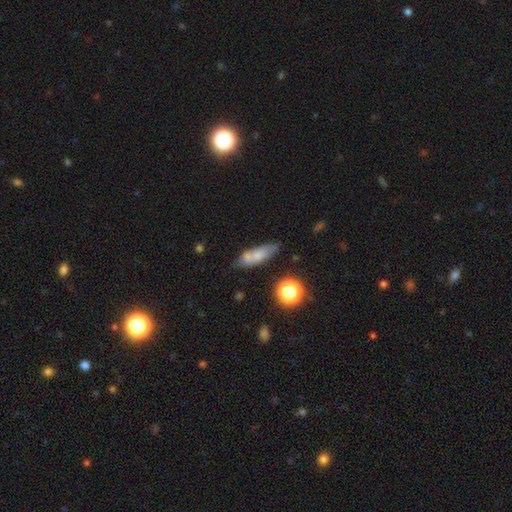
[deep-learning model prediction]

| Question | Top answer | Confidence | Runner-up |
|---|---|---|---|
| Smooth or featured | smooth | 67% | featured or disk (21%) |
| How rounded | in between | 51% | cigar-shaped (43%) |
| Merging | none | 62% | minor disturbance (20%) |